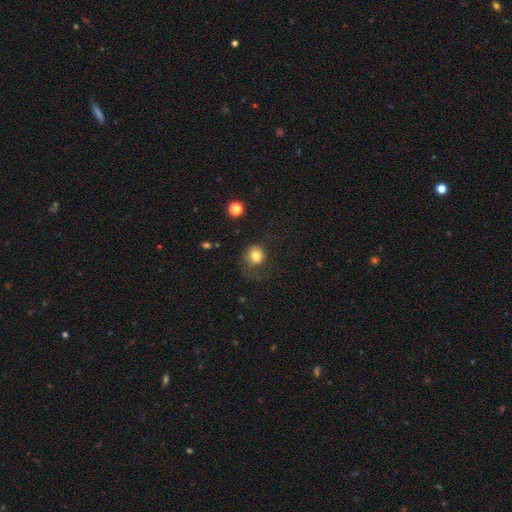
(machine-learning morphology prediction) smooth 79%, star or artifact 10%, featured or disk 10%. Down the decision tree: how rounded — round (78%); merging — none (50%).